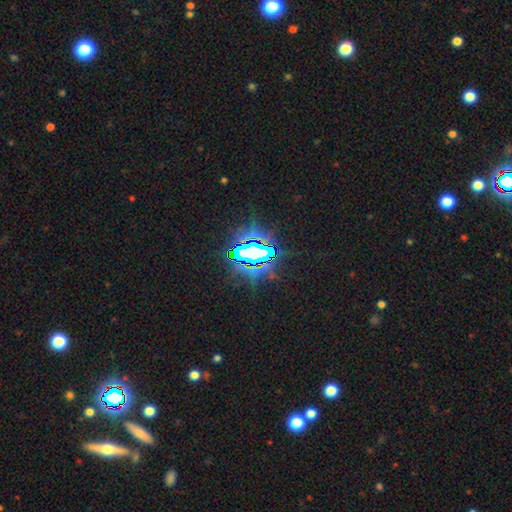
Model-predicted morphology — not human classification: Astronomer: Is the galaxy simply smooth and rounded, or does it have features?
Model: star or artifact — 77%.